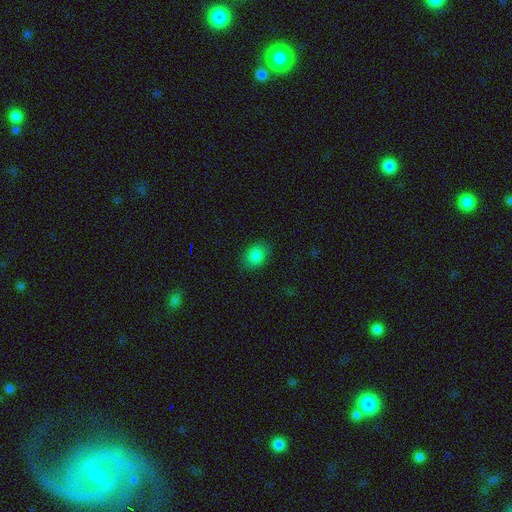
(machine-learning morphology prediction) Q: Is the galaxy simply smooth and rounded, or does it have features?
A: smooth — 85%.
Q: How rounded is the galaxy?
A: in between — 65%.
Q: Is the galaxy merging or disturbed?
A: none — 84%.